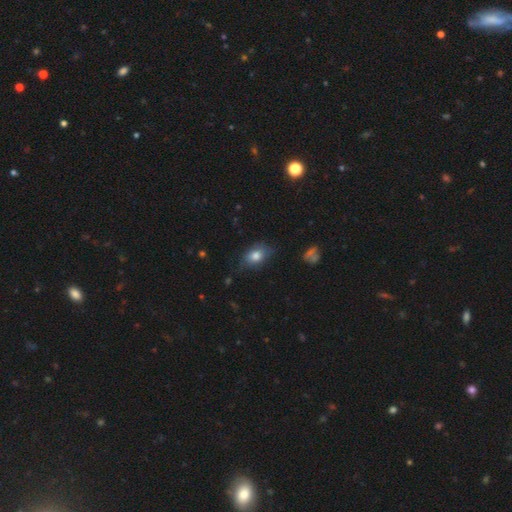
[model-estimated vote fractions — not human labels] A smooth galaxy with no disk features (79%) that is in between round and cigar-shaped (79%).

Vote fractions:
- Smooth or featured? smooth: 79% / featured or disk: 12% / star or artifact: 9%
- How rounded? in between: 79% / round: 20% / cigar-shaped: 2%
- Merging? none: 69% / minor disturbance: 24% / major disturbance: 5% / merger: 2%